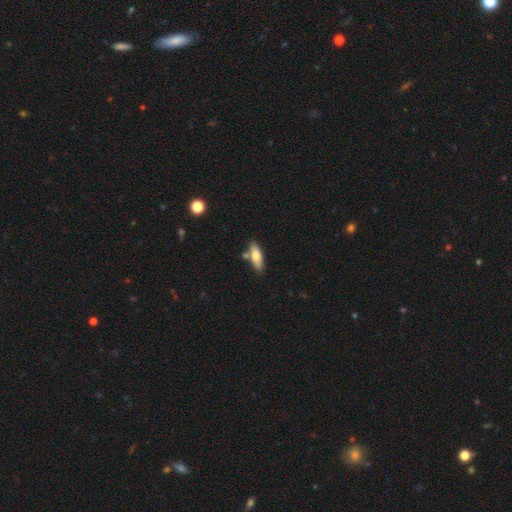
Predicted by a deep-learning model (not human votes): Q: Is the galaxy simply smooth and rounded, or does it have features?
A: smooth — 68%.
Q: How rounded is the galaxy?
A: in between — 57%.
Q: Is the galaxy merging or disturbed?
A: none — 73%.